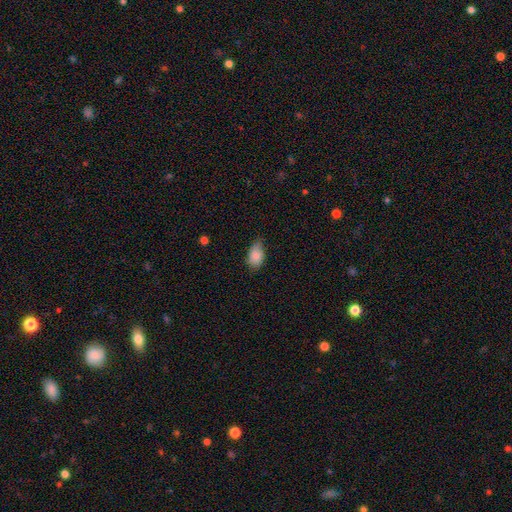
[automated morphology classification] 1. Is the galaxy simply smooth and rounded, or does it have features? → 84% smooth, 8% featured or disk, 8% star or artifact.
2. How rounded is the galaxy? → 88% in between, 10% round, 2% cigar-shaped.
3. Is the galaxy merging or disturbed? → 56% none, 36% minor disturbance, 6% major disturbance, 1% merger.